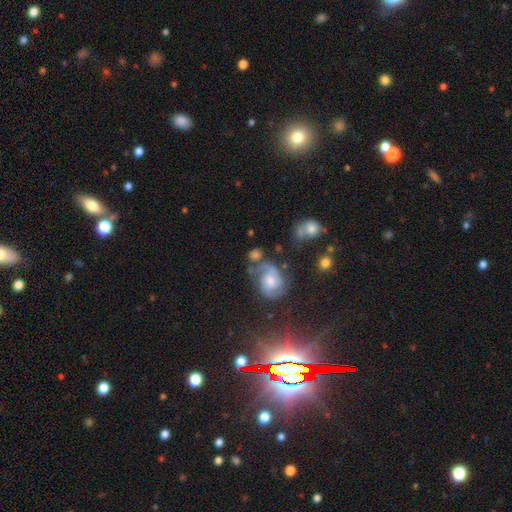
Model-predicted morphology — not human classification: smooth_or_featured: featured or disk (p=0.51) [alt: smooth p=0.32]
disk_edge_on: no (p=0.94) [alt: yes p=0.06]
merging: none (p=0.43) [alt: minor disturbance p=0.21]